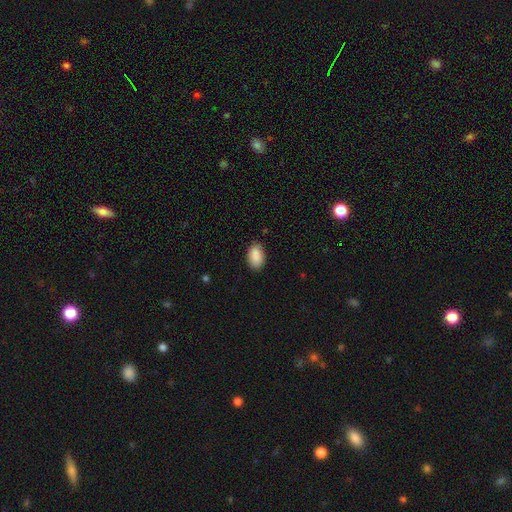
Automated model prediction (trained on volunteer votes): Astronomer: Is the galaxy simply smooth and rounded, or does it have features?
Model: smooth — 90%.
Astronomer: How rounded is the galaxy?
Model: in between — 92%.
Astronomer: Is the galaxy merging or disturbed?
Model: none — 83%.